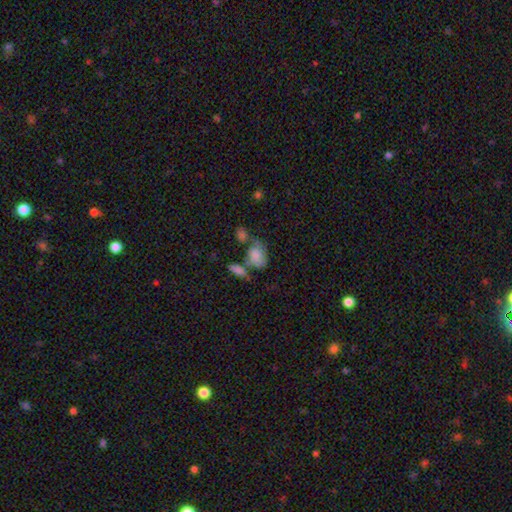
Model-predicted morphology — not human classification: Overall: smooth (68%). How rounded: in between (77%). Merging: merger (33%; none 31%).